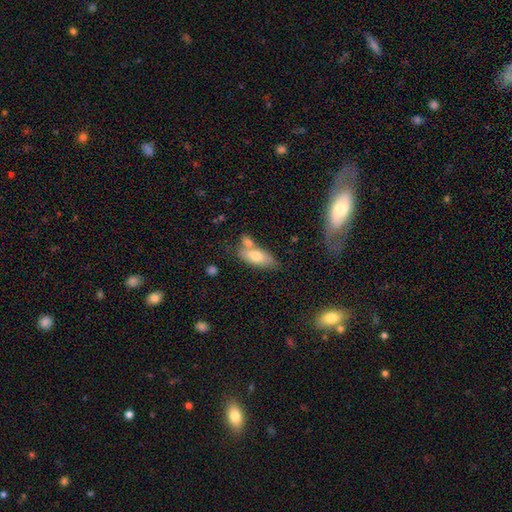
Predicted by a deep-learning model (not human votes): The model was most divided on "merging": none: 52%, merger: 28%, minor disturbance: 16%, major disturbance: 5%. More confident: how rounded — in between (81%); smooth or featured — smooth (73%).